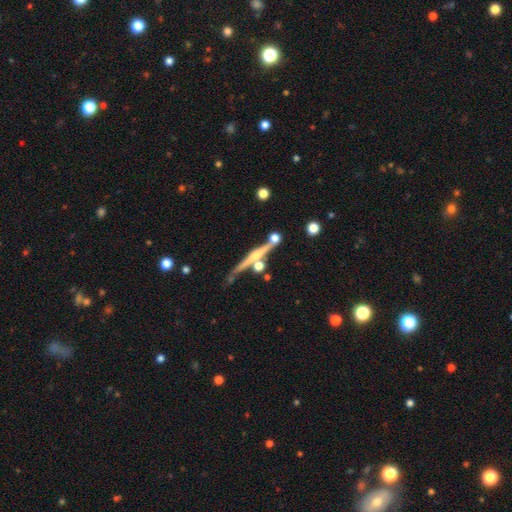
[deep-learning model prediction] Q: Smooth or featured?
A: featured or disk (78%); runner-up: smooth (15%)
Q: Edge-on disk?
A: yes (97%); runner-up: no (3%)
Q: Edge-on bulge?
A: rounded (81%); runner-up: none (11%)
Q: Merging?
A: none (70%); runner-up: merger (13%)